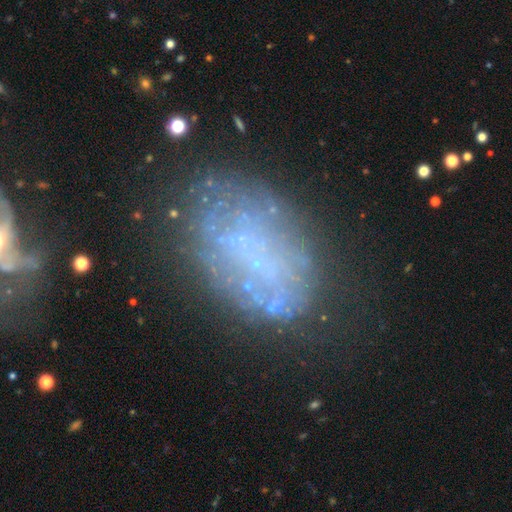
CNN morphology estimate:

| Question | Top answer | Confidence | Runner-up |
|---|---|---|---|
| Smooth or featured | featured or disk | 59% | smooth (25%) |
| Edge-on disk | no | 96% | yes (4%) |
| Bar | no | 82% | weak (13%) |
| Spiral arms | no | 68% | yes (32%) |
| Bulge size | none | 67% | small (25%) |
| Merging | none | 53% | minor disturbance (20%) |